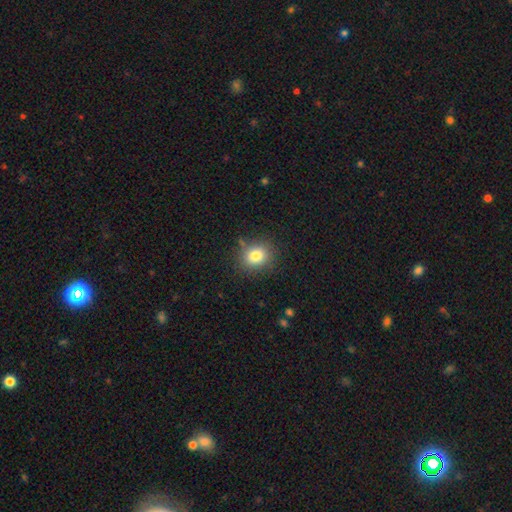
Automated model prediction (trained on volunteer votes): Morphology: type=smooth (81%); roundness=round (70%); merging=none (83%).